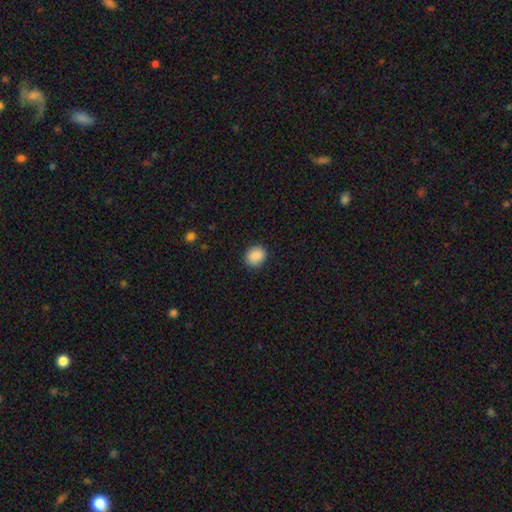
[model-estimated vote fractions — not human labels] This is clearly a smooth galaxy (89%). How rounded: likely round (69%). Merging: clearly none (89%).